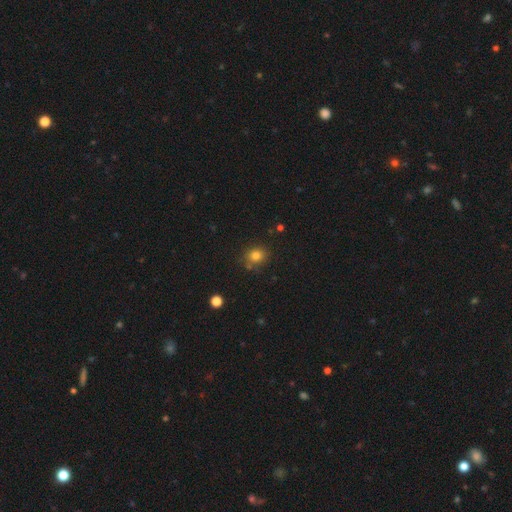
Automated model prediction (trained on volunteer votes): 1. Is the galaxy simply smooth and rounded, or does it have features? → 80% smooth, 13% star or artifact, 6% featured or disk.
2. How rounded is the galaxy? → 72% round, 27% in between, 1% cigar-shaped.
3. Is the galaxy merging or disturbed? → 78% none, 13% minor disturbance, 6% merger, 3% major disturbance.